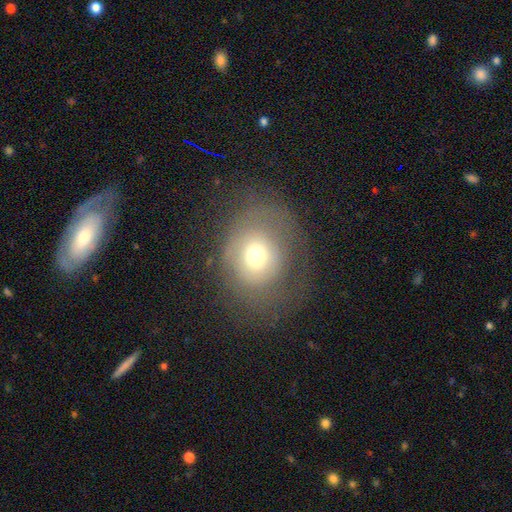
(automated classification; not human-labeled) Smooth or featured? Predicted: smooth (p=0.61). How rounded? Predicted: round (p=0.71). Merging? Predicted: none (p=0.52).